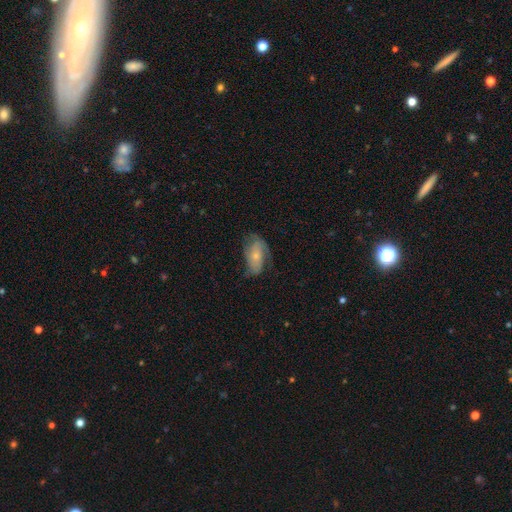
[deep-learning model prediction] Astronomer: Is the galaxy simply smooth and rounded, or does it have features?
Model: featured or disk — 50% (runner-up: smooth, 43%).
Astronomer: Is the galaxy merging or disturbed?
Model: none — 53% (runner-up: minor disturbance, 29%).